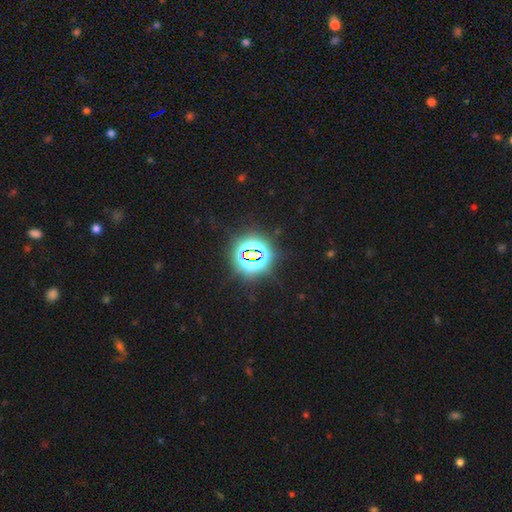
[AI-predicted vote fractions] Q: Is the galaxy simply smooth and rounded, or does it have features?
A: star or artifact — 78%.